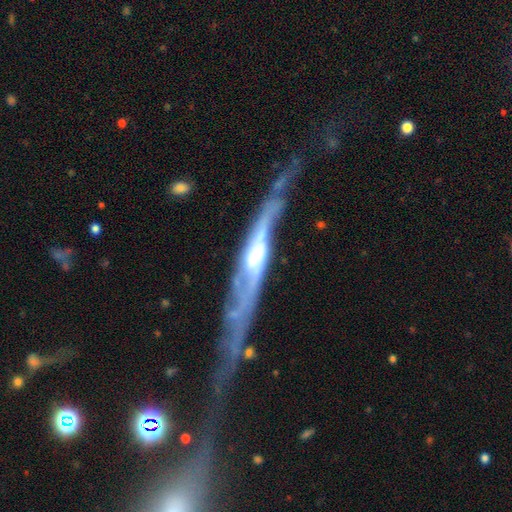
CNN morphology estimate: Overall: featured or disk (82%). Edge-on disk: yes (60%; no 40%). Merging: none (42%; minor disturbance 26%).